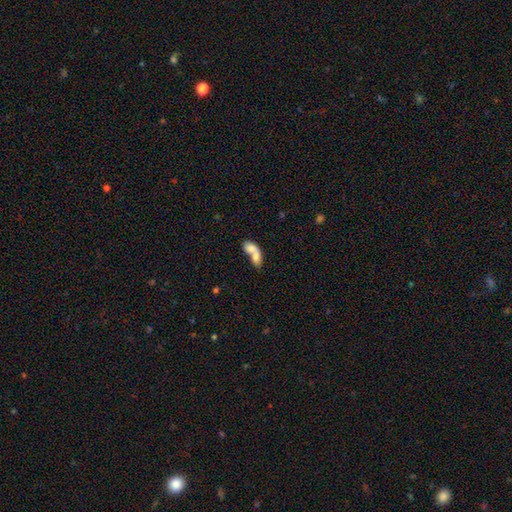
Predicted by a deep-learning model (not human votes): Smooth or featured?
  - smooth: 70% *
  - featured or disk: 22%
  - star or artifact: 8%
How rounded?
  - in between: 82% *
  - round: 11%
  - cigar-shaped: 8%
Merging?
  - merger: 76% *
  - none: 13%
  - major disturbance: 6%
  - minor disturbance: 5%